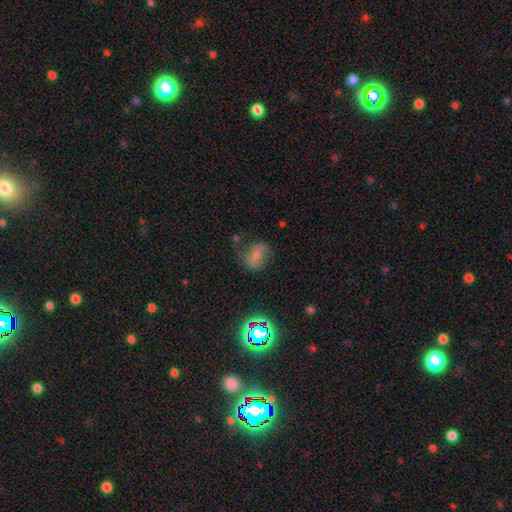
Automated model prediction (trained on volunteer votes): smooth-or-featured: smooth: 59% | featured or disk: 23% | star or artifact: 18%
  how-rounded: in between: 55% | round: 44% | cigar-shaped: 2%
  merging: none: 59% | minor disturbance: 25% | major disturbance: 13% | merger: 3%